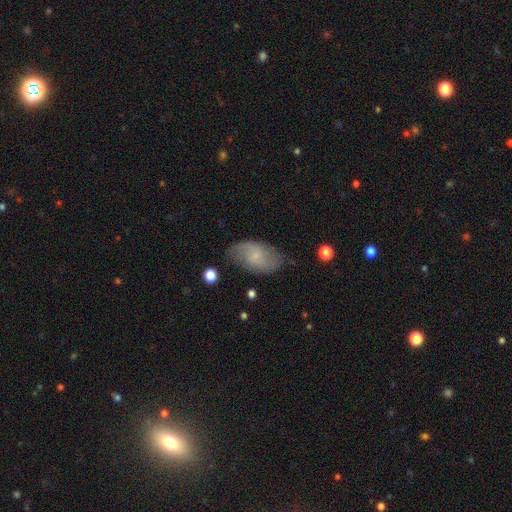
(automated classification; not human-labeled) The model was most divided on "smooth or featured": featured or disk: 47%, smooth: 46%, star or artifact: 7%. More confident: merging — none (75%).